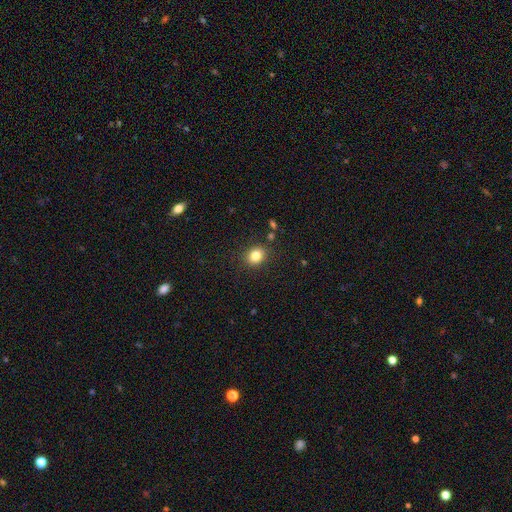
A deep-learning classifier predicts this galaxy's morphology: smooth-or-featured: smooth: 82% | star or artifact: 11% | featured or disk: 6%
  how-rounded: round: 67% | in between: 32% | cigar-shaped: 1%
  merging: none: 86% | minor disturbance: 9% | major disturbance: 3% | merger: 2%